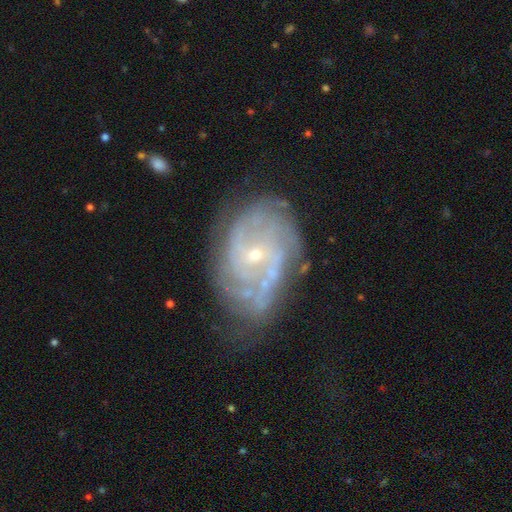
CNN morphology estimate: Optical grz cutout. It shows a featured or disk galaxy (84%) with no bar (59%), tight (57%) spiral arms (93%) and a small central bulge (77%). Merging: none (60%).